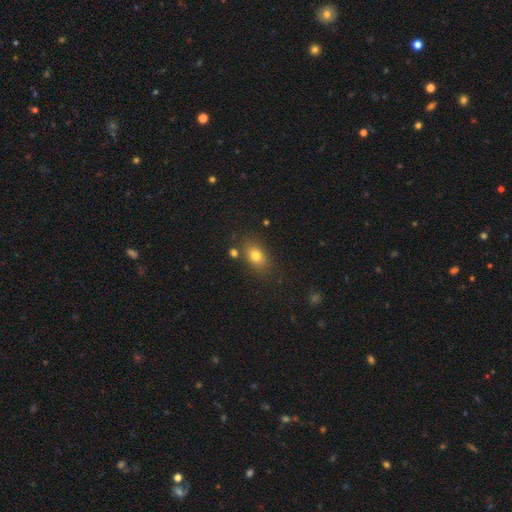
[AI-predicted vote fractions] Morphology: type=smooth (78%); roundness=in between (76%); merging=none (77%).